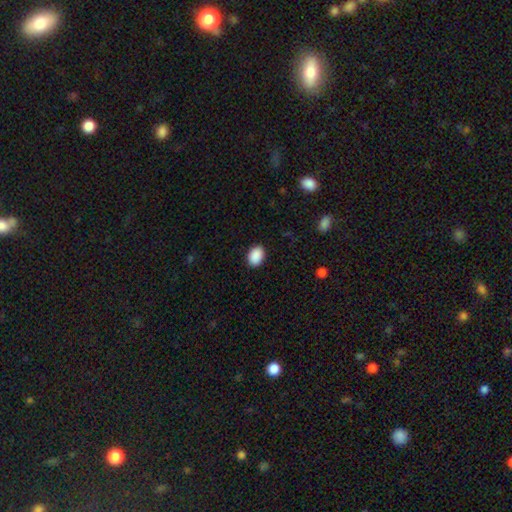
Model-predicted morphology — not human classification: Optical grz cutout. It shows a smooth galaxy with no disk features (91%) that is in between round and cigar-shaped (77%). Merging: none (90%).